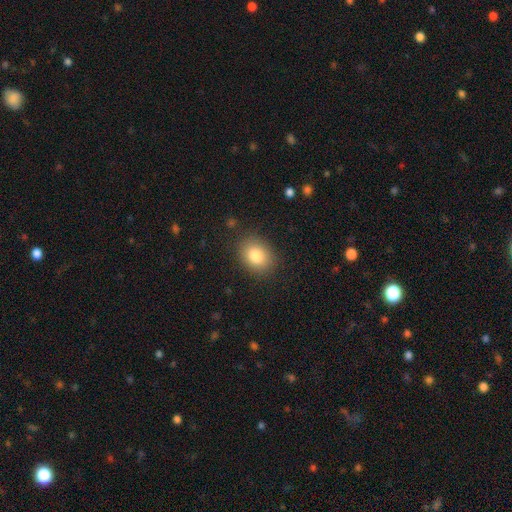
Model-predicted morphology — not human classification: smooth-or-featured: smooth: 82% | star or artifact: 9% | featured or disk: 9%
  how-rounded: in between: 54% | round: 45% | cigar-shaped: 1%
  merging: none: 86% | minor disturbance: 10% | major disturbance: 3% | merger: 1%